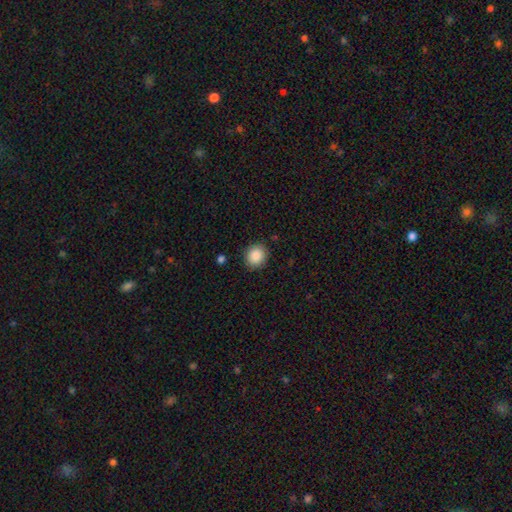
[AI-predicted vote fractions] smooth_or_featured: smooth (p=0.88) [alt: star or artifact p=0.08]
how_rounded: round (p=0.76) [alt: in between p=0.23]
merging: none (p=0.89) [alt: minor disturbance p=0.07]